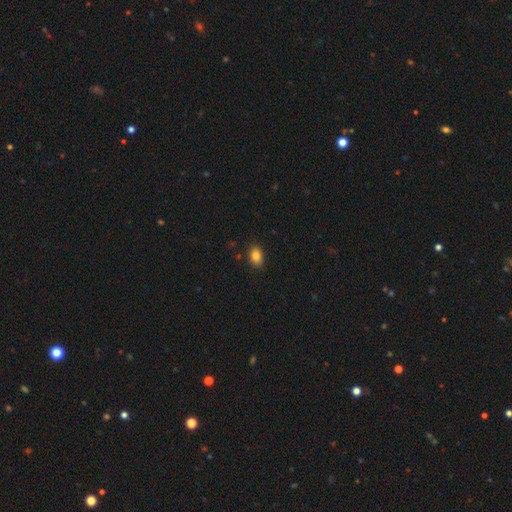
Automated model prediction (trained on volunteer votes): Smooth or featured? smooth (86%)
How rounded? in between (82%)
Merging? none (87%)